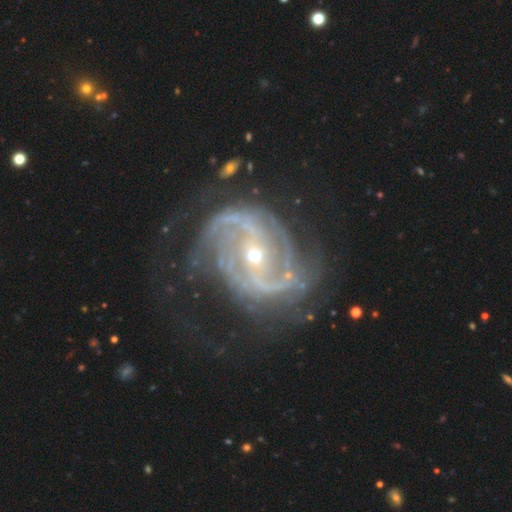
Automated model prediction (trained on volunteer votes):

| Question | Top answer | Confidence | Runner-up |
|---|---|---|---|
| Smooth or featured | featured or disk | 91% | star or artifact (6%) |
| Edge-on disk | no | 98% | yes (2%) |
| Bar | weak | 36% | no (35%) |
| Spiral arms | yes | 98% | no (2%) |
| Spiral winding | medium | 49% | tight (31%) |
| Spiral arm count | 2 | 65% | 3 (11%) |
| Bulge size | small | 58% | moderate (39%) |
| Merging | none | 64% | minor disturbance (19%) |